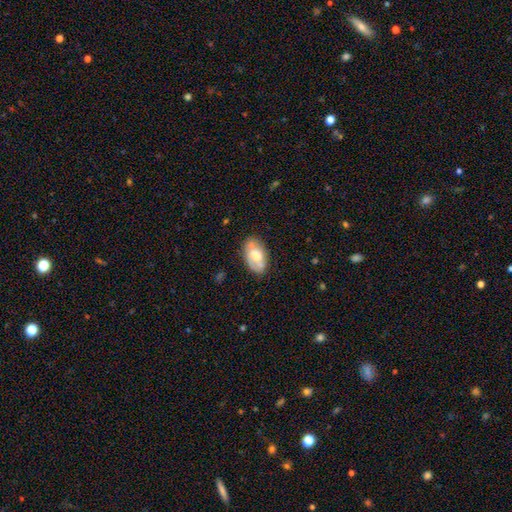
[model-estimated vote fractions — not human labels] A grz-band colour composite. It shows a smooth galaxy with no disk features (50%) that is in between round and cigar-shaped (93%). Merging: none (68%).